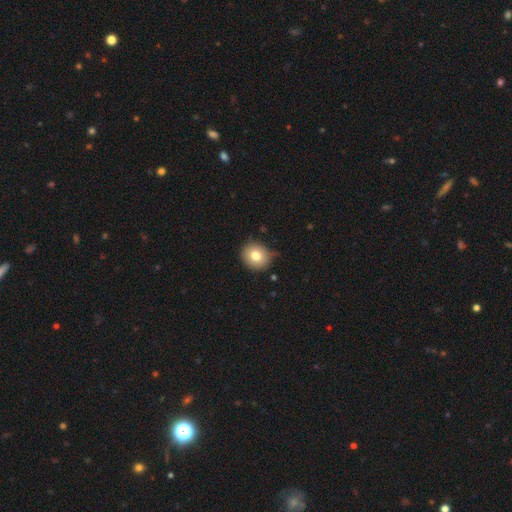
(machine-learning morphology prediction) Smooth or featured: smooth — 77% (featured or disk — 12%)
How rounded: round — 86% (in between — 13%)
Merging: none — 80% (minor disturbance — 15%)